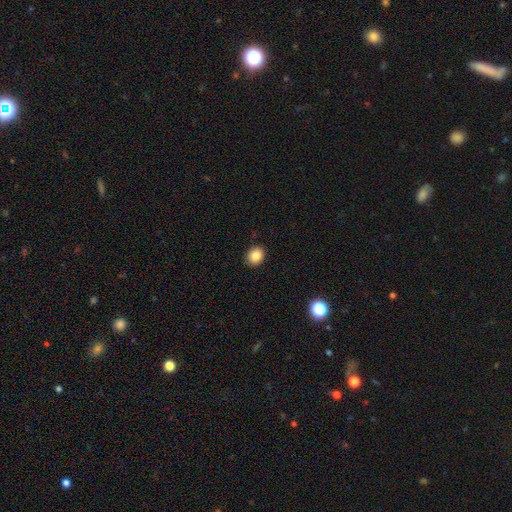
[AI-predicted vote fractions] Q: Smooth or featured?
A: smooth (87%); runner-up: star or artifact (9%)
Q: How rounded?
A: round (57%); runner-up: in between (42%)
Q: Merging?
A: none (89%); runner-up: minor disturbance (8%)